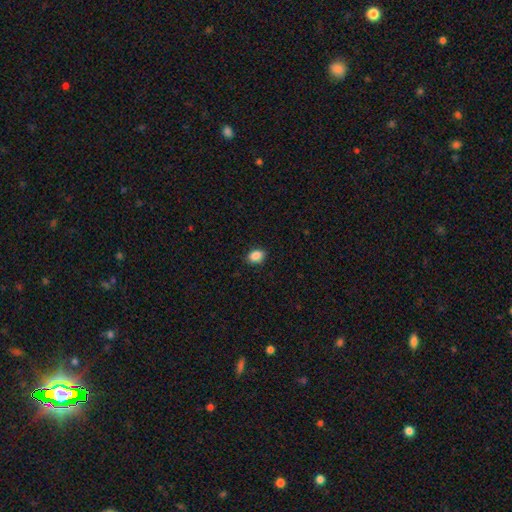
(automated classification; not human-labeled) Morphology: type=smooth (88%); roundness=in between (75%); merging=none (88%).